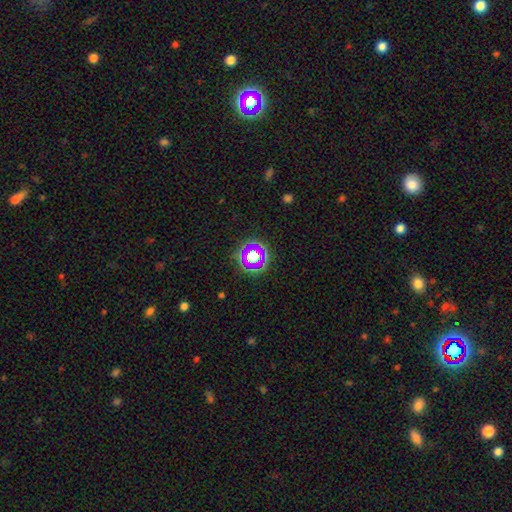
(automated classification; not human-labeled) A star or artifact, not a galaxy (51%).

Vote fractions:
- Smooth or featured? star or artifact: 51% / smooth: 34% / featured or disk: 15%